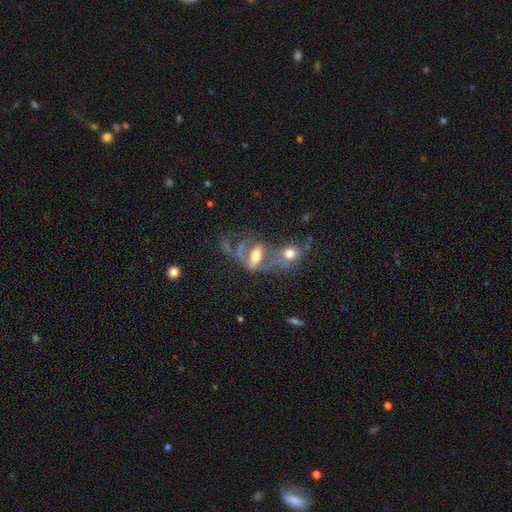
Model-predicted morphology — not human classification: A featured or disk galaxy (57%).

Vote fractions:
- Smooth or featured? featured or disk: 57% / smooth: 32% / star or artifact: 11%
- Edge-on disk? no: 88% / yes: 12%
- Merging? merger: 56% / major disturbance: 18% / none: 17% / minor disturbance: 9%